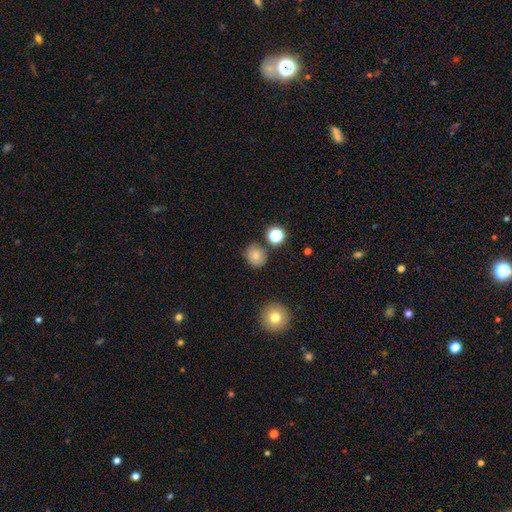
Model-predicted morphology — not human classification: The model was most divided on "how rounded": round: 74%, in between: 25%, cigar-shaped: 1%. More confident: merging — none (79%); smooth or featured — smooth (78%).